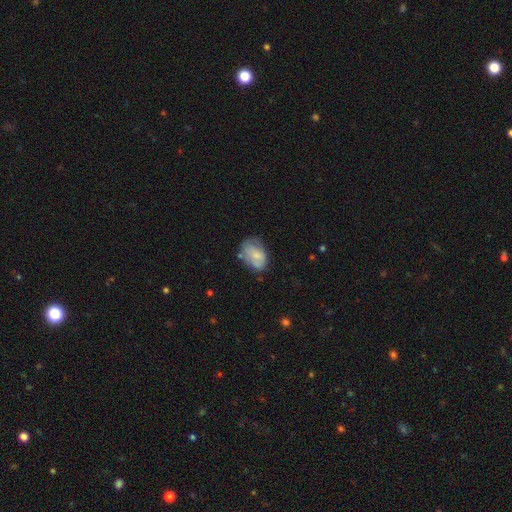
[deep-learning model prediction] Smooth or featured? Predicted: smooth (p=0.66). How rounded? Predicted: in between (p=0.85). Merging? Predicted: none (p=0.48).